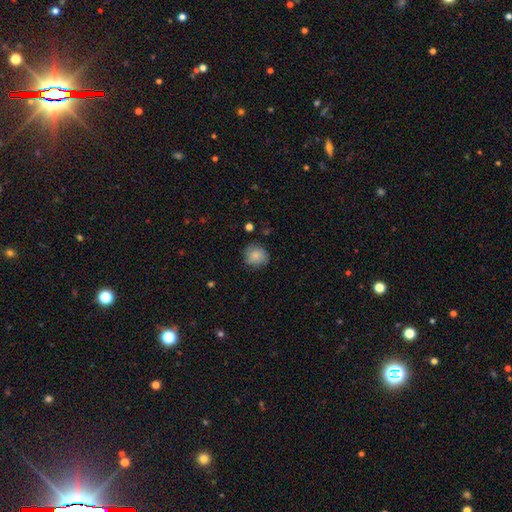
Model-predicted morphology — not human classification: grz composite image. It shows a smooth galaxy with no disk features (82%) that is round (84%). Merging: none (76%).